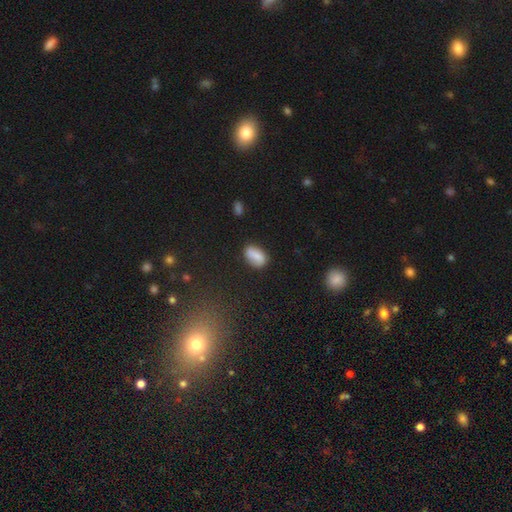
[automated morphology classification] Smooth or featured: smooth — 79% (featured or disk — 13%)
How rounded: in between — 89% (round — 7%)
Merging: none — 70% (minor disturbance — 19%)